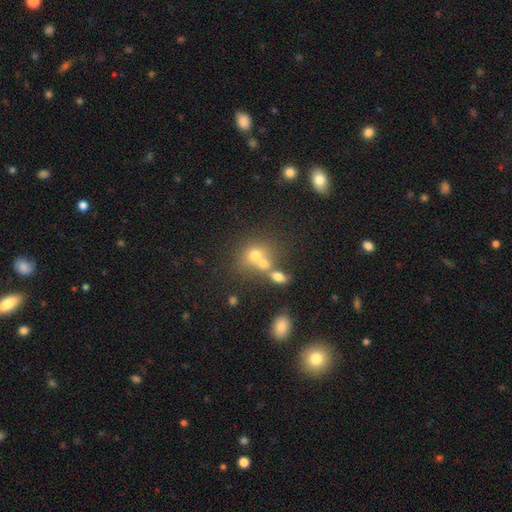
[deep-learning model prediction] This is likely a smooth galaxy (63%). How rounded: likely round (68%). Merging: possibly merger (53%).